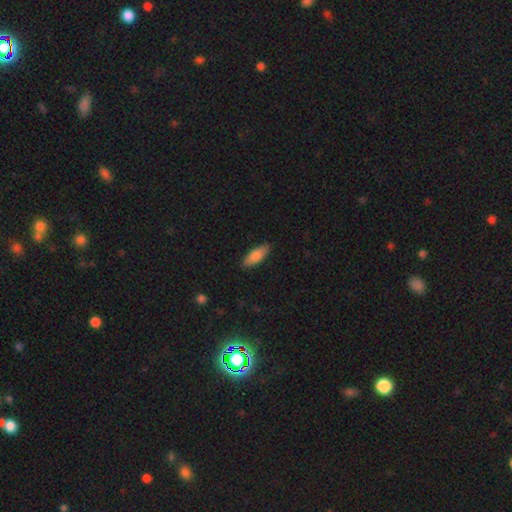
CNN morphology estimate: This appears to be a smooth galaxy with no disk features (81%) that is in between round and cigar-shaped (66%). Merging: none (88%).